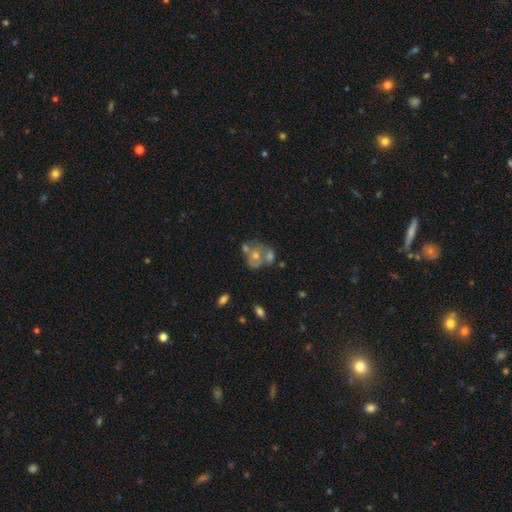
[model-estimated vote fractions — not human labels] This is possibly a featured or disk galaxy (49%). Merging: marginally none (40%).